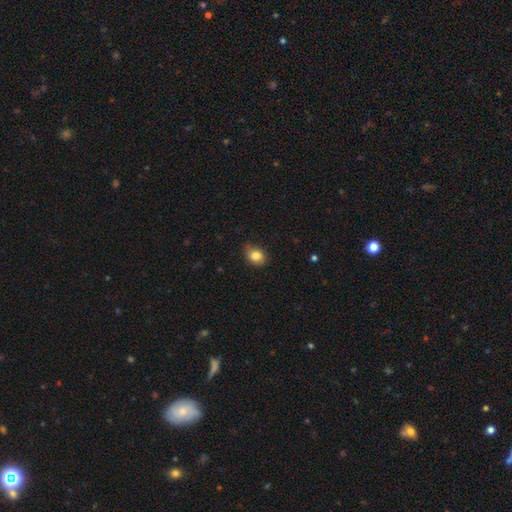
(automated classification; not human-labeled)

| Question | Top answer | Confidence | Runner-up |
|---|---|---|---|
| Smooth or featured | smooth | 84% | star or artifact (9%) |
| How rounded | in between | 51% | round (48%) |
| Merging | none | 70% | minor disturbance (25%) |